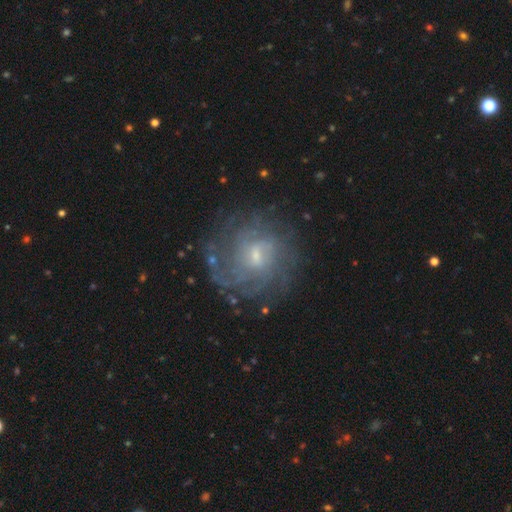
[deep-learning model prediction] This is likely a featured or disk galaxy (78%). It is clearly not viewed edge-on (97%). Bar: possibly weak (54%). Spiral arm pattern: clearly yes (89%). Spiral arm count: possibly can't tell (48%). Spiral winding: possibly tight (58%). Central bulge: likely small (64%). Merging: likely none (75%).